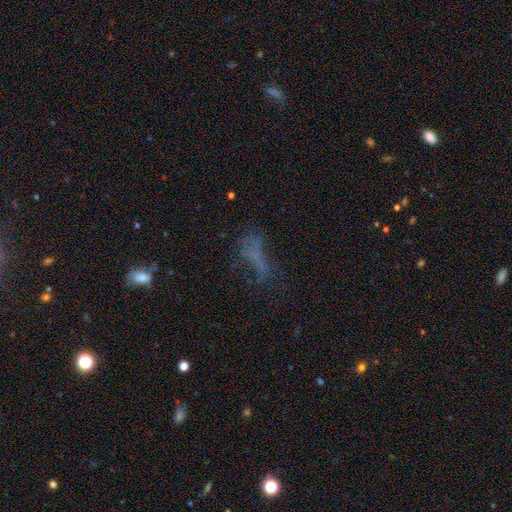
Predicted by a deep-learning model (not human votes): Smooth or featured?
  - smooth: 44% *
  - featured or disk: 29%
  - star or artifact: 27%
Merging?
  - none: 42% *
  - major disturbance: 32%
  - minor disturbance: 21%
  - merger: 5%